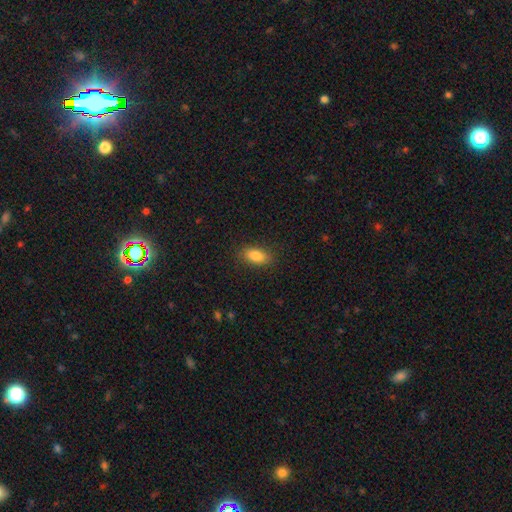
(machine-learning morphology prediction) This appears to be a smooth galaxy with no disk features (86%) that is in between round and cigar-shaped (88%). Merging: none (86%).